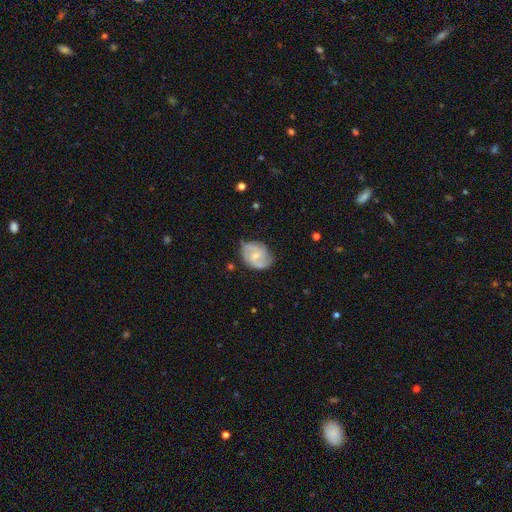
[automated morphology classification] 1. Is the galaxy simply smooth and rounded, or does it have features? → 75% featured or disk, 20% smooth, 5% star or artifact.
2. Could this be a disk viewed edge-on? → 98% no, 2% yes.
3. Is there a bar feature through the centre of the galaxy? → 48% no, 44% weak, 7% strong.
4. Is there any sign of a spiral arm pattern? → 92% yes, 8% no.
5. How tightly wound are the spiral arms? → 49% medium, 33% tight, 18% loose.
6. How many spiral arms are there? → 72% 2, 12% can't tell, 10% 3, 3% 1, 2% 4, 2% more than 4.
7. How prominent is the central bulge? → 57% small, 37% moderate, 3% none, 1% large, 1% dominant.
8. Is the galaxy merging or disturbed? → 69% none, 23% minor disturbance, 6% major disturbance, 2% merger.